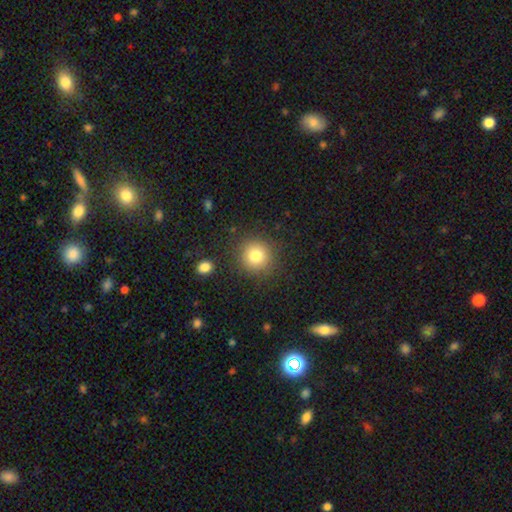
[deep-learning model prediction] Morphology: type=smooth (79%); roundness=round (92%); merging=none (87%).